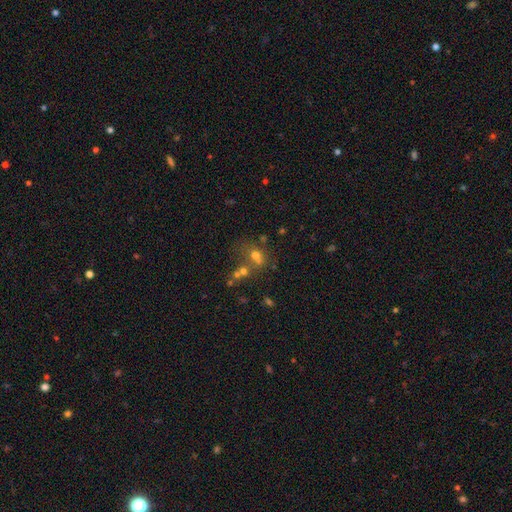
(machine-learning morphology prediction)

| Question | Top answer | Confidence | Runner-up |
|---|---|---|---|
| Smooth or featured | smooth | 42% | star or artifact (31%) |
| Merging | merger | 45% | none (36%) |